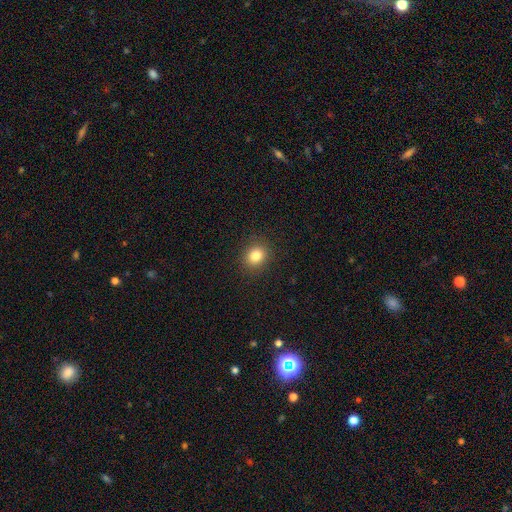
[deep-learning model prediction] A smooth galaxy with no disk features (82%) that is round (68%). Merging: none (90%).